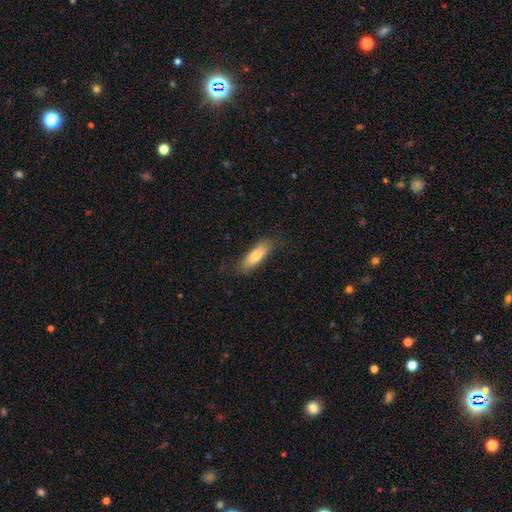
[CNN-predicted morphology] Overall: smooth (78%). How rounded: in between (51%; cigar-shaped 47%). Merging: none (78%).